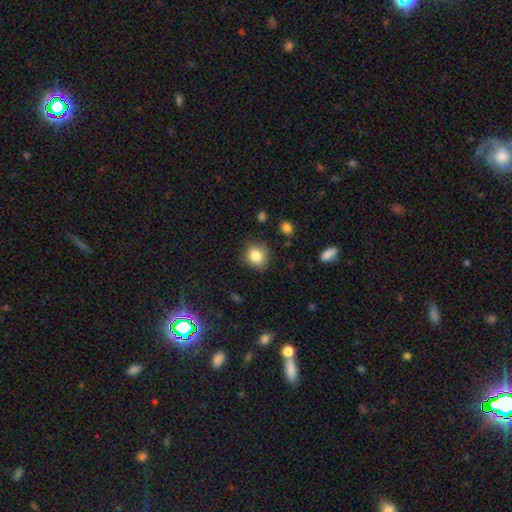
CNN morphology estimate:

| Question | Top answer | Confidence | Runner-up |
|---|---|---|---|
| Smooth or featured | smooth | 83% | star or artifact (10%) |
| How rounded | round | 84% | in between (15%) |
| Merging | none | 82% | minor disturbance (14%) |